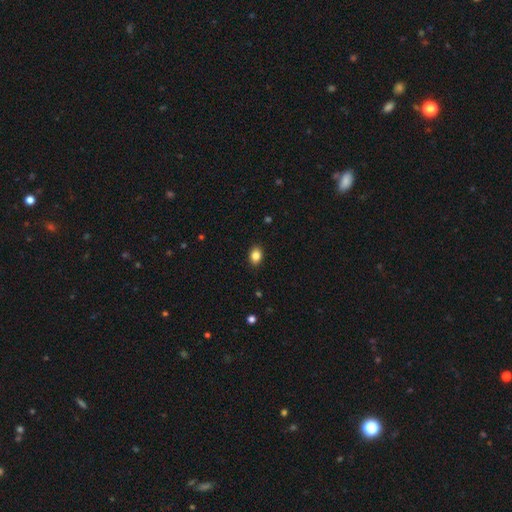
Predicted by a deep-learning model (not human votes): smooth 85%, star or artifact 9%, featured or disk 5%. Down the decision tree: how rounded — in between (68%); merging — none (89%).